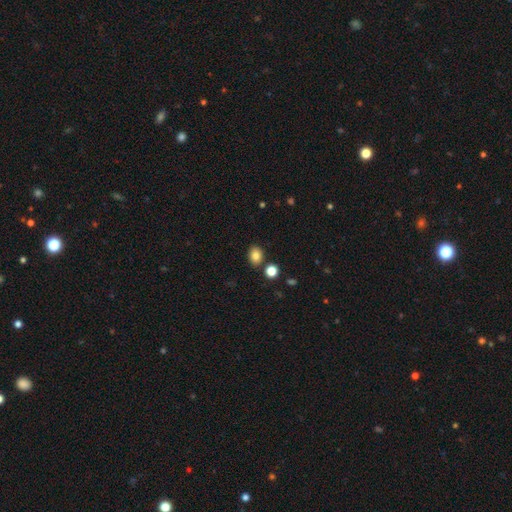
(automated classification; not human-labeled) Smooth or featured? Predicted: smooth (p=0.84). How rounded? Predicted: in between (p=0.54). Merging? Predicted: none (p=0.83).